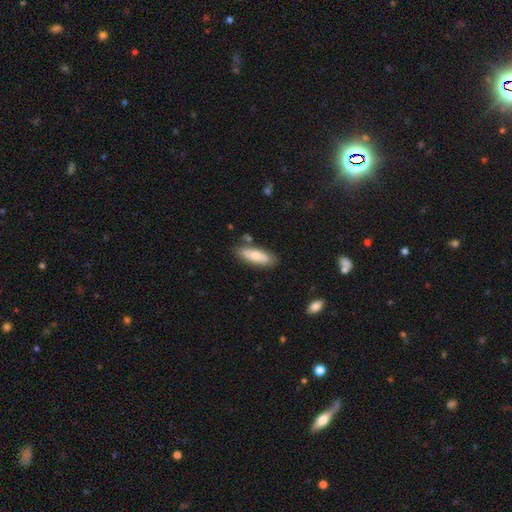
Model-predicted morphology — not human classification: smooth_or_featured: smooth (p=0.71) [alt: featured or disk p=0.23]
how_rounded: in between (p=0.61) [alt: cigar-shaped p=0.37]
merging: none (p=0.78) [alt: minor disturbance p=0.14]